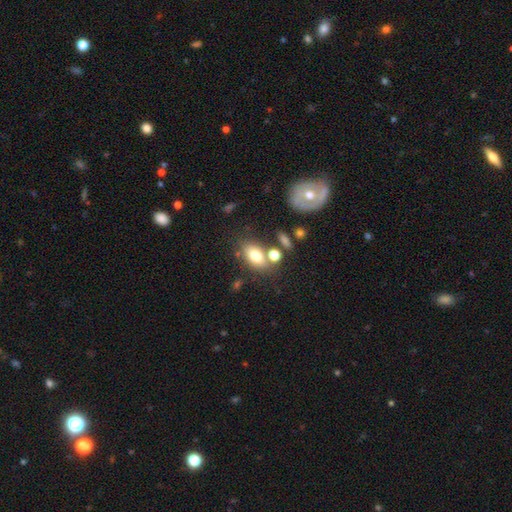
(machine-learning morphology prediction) smooth_or_featured: smooth (p=0.75) [alt: featured or disk p=0.15]
how_rounded: in between (p=0.82) [alt: round p=0.16]
merging: none (p=0.62) [alt: merger p=0.18]